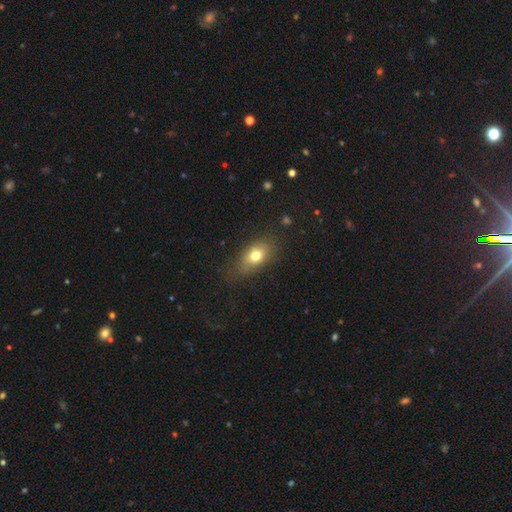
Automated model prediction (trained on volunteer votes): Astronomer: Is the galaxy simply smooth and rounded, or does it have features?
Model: smooth — 74%.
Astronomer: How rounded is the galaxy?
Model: in between — 80%.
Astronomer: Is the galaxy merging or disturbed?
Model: none — 70%.